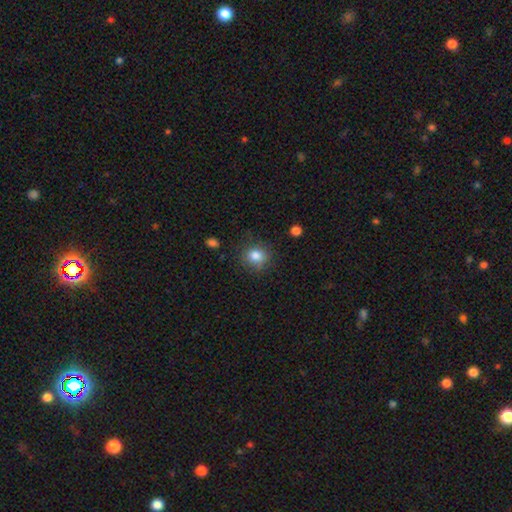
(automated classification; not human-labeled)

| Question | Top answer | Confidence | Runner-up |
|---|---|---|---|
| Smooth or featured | smooth | 84% | star or artifact (10%) |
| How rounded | round | 78% | in between (21%) |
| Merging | none | 81% | minor disturbance (14%) |